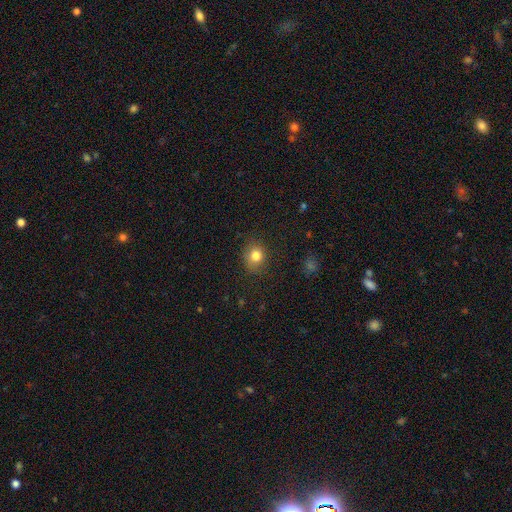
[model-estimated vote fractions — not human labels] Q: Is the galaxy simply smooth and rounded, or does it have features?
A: smooth — 82%.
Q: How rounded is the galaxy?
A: round — 73%.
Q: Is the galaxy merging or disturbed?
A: none — 82%.